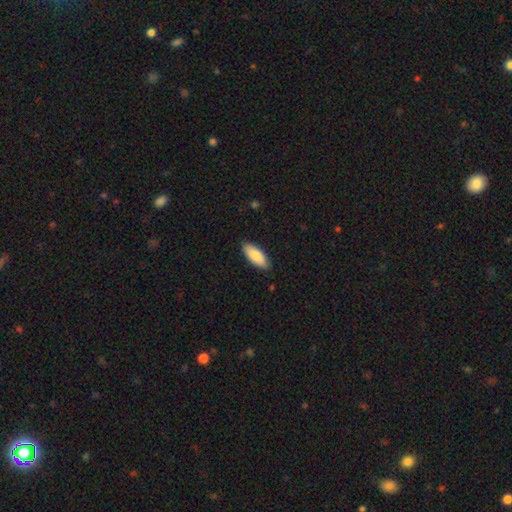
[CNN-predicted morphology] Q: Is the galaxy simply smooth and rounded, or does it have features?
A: smooth — 84%.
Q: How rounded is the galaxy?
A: in between — 80%.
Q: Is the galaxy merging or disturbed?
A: none — 88%.